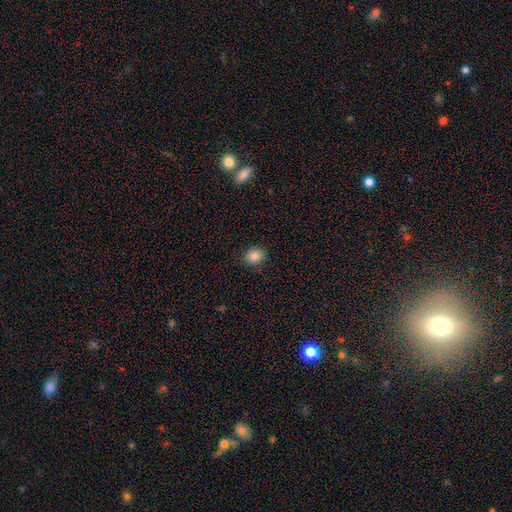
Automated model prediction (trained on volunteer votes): Smooth or featured: smooth — 85% (star or artifact — 10%)
How rounded: round — 52% (in between — 47%)
Merging: none — 88% (minor disturbance — 9%)